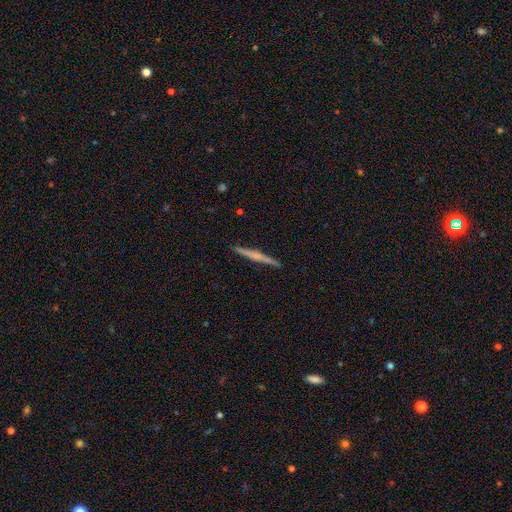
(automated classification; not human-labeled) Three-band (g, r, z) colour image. It shows a featured or disk galaxy (63%) viewed edge-on (98%) with a rounded central bulge (54%). Merging: none (91%).